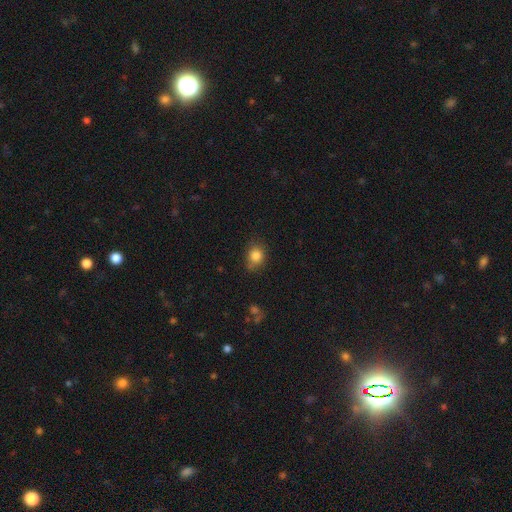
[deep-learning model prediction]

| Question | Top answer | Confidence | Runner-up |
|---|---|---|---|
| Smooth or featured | smooth | 84% | star or artifact (10%) |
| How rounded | round | 60% | in between (39%) |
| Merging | none | 69% | minor disturbance (24%) |